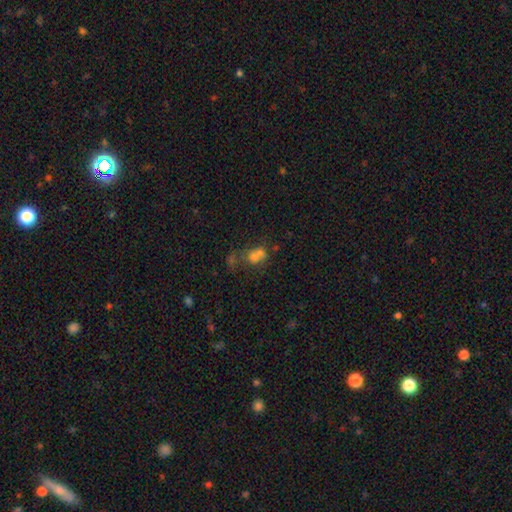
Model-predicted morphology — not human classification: type=smooth (62%); roundness=round (62%); merging=merger (63%).